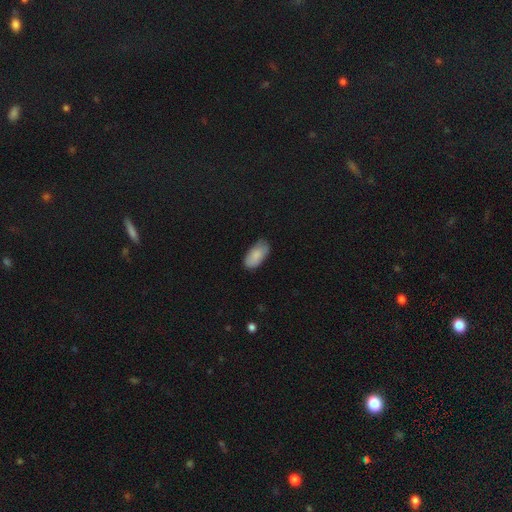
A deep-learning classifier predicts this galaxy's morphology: This is clearly a smooth galaxy (86%). How rounded: clearly in between (94%). Merging: likely none (75%).